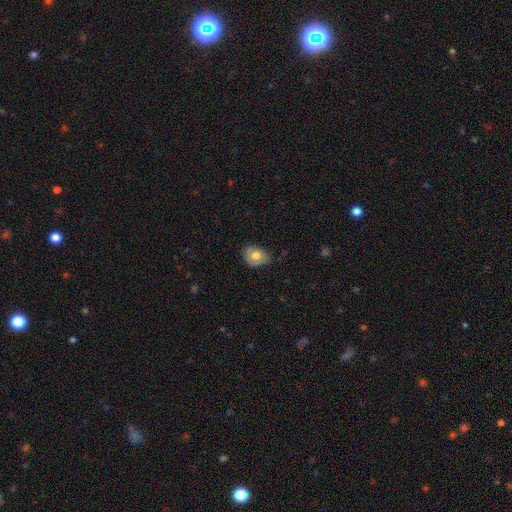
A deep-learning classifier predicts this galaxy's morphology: Smooth or featured: smooth — 67% (featured or disk — 25%)
How rounded: in between — 55% (round — 44%)
Merging: none — 61% (minor disturbance — 31%)